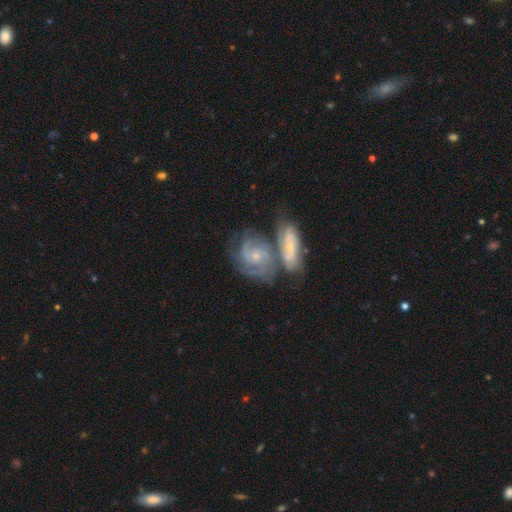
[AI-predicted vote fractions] Morphology: type=featured or disk (84%); edge-on=no (96%); bar=no (63%); spiral arms=yes (96%); winding=tight (59%); arm count=2 (30%); bulge=small (70%); merging=merger (52%).